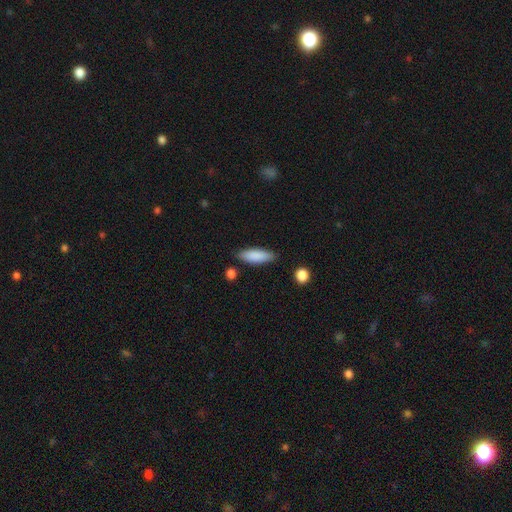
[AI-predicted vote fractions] Smooth or featured? smooth (86%)
How rounded? in between (55%)
Merging? none (82%)